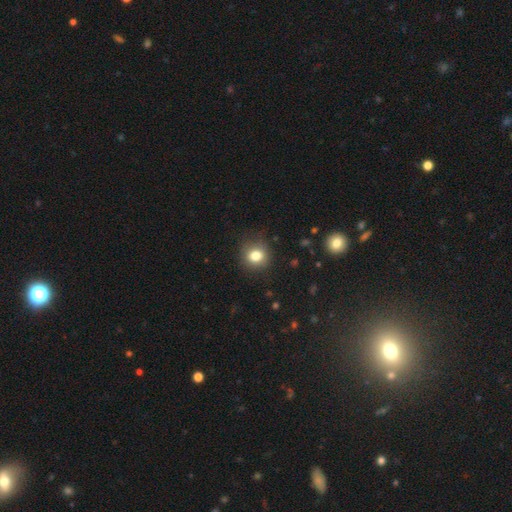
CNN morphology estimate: Smooth or featured?
  - smooth: 81% *
  - star or artifact: 11%
  - featured or disk: 8%
How rounded?
  - round: 83% *
  - in between: 16%
  - cigar-shaped: 1%
Merging?
  - none: 86% *
  - minor disturbance: 10%
  - major disturbance: 3%
  - merger: 1%